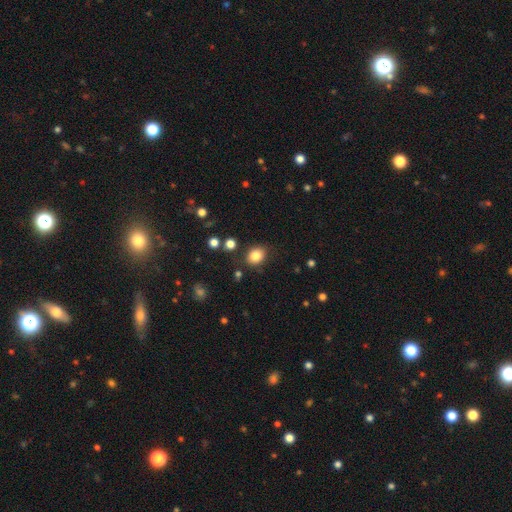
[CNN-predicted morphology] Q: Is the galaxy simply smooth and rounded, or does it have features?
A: smooth — 83%.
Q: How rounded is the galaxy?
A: round — 56%.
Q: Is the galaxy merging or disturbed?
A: none — 81%.